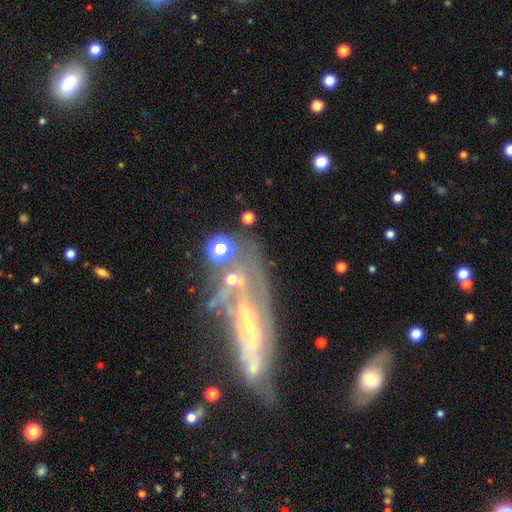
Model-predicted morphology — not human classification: Smooth or featured?
  - featured or disk: 75% *
  - smooth: 13%
  - star or artifact: 12%
Edge-on disk?
  - no: 72% *
  - yes: 28%
Bar?
  - no: 53% *
  - weak: 26%
  - strong: 21%
Spiral arms?
  - yes: 73% *
  - no: 27%
Bulge size?
  - small: 71% *
  - moderate: 20%
  - none: 5%
  - large: 2%
  - dominant: 1%
Merging?
  - none: 44% *
  - minor disturbance: 21%
  - major disturbance: 20%
  - merger: 15%